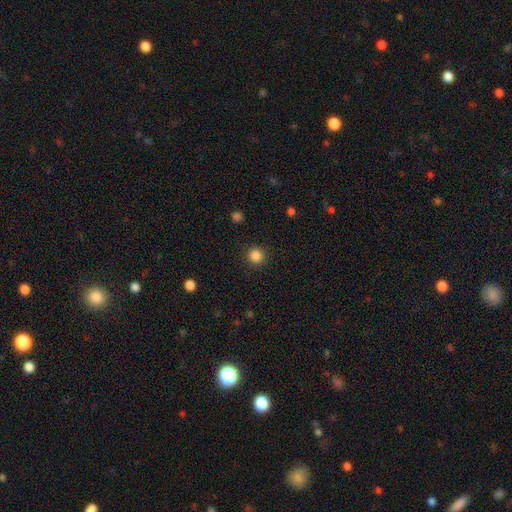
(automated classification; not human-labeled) This appears to be a smooth galaxy with no disk features (85%) that is round (94%). Merging: none (91%).